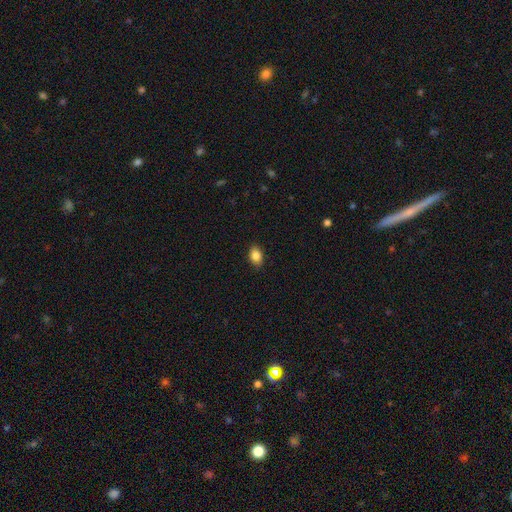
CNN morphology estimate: Smooth or featured? smooth (87%)
How rounded? in between (83%)
Merging? none (89%)